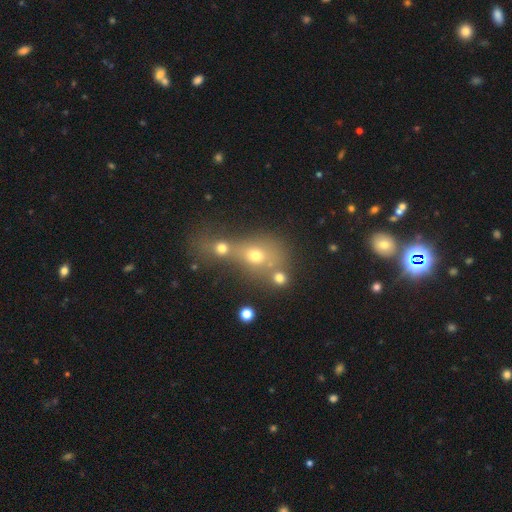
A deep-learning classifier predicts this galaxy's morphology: Overall: smooth (57%; star or artifact 23%). How rounded: round (60%; in between 37%). Merging: merger (65%).